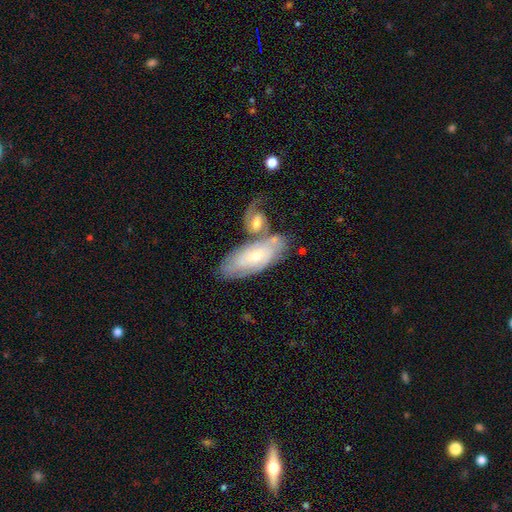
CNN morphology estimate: featured or disk 63%, smooth 31%, star or artifact 6%. Down the decision tree: edge-on disk — no (86%); bar — no (72%); spiral arms — yes (77%); bulge size — small (56%); merging — none (46%).